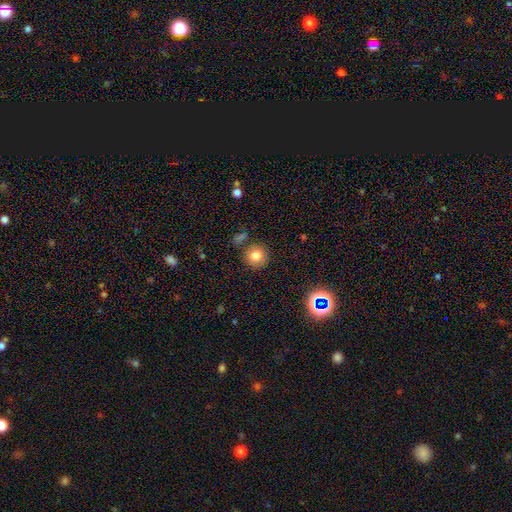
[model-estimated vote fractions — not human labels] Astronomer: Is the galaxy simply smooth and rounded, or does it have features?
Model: smooth — 79%.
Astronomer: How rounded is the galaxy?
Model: round — 92%.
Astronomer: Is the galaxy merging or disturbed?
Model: none — 83%.